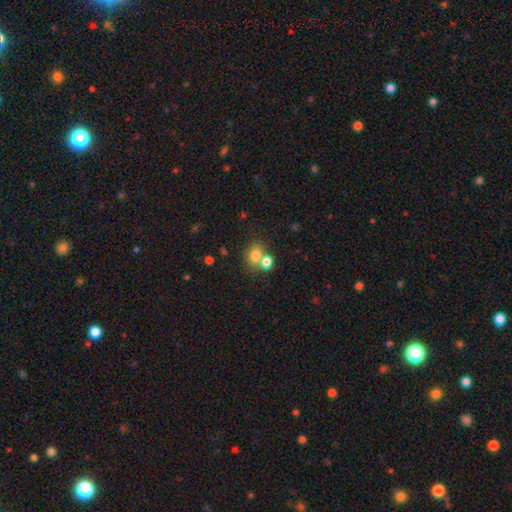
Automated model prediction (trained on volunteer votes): A smooth galaxy with no disk features (77%) that is round (51%).

Vote fractions:
- Smooth or featured? smooth: 77% / star or artifact: 13% / featured or disk: 11%
- How rounded? round: 51% / in between: 48% / cigar-shaped: 1%
- Merging? none: 44% / merger: 42% / minor disturbance: 9% / major disturbance: 4%